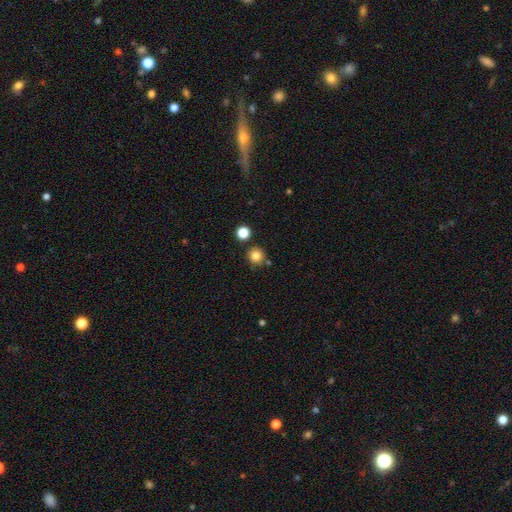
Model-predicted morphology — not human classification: A smooth galaxy with no disk features (82%) that is round (94%). Merging: none (82%).